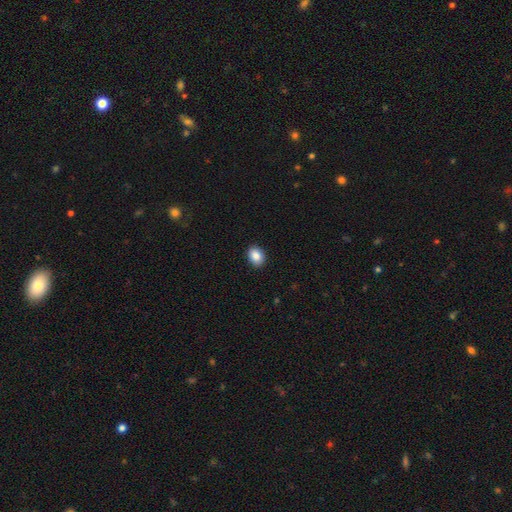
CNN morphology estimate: Smooth or featured? smooth (88%)
How rounded? in between (64%)
Merging? none (91%)